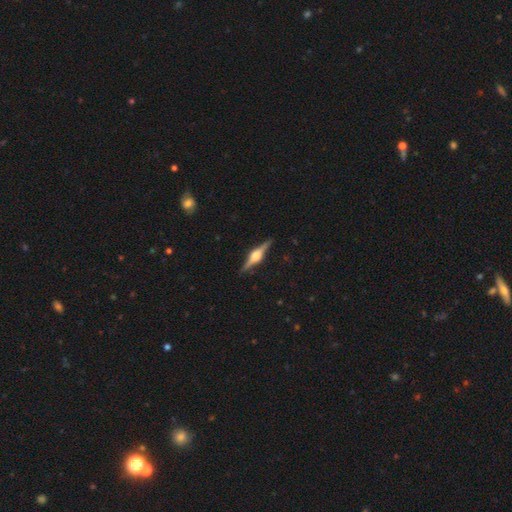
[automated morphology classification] Smooth or featured? featured or disk (84%)
Edge-on disk? yes (98%)
Edge-on bulge? rounded (92%)
Merging? none (91%)